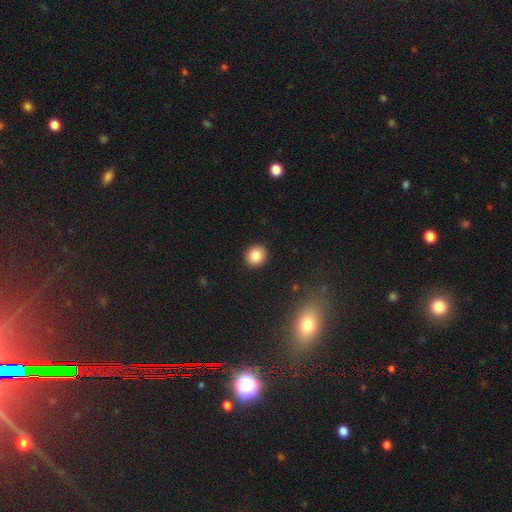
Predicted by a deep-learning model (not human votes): Smooth or featured: smooth — 84% (star or artifact — 10%)
How rounded: round — 79% (in between — 20%)
Merging: none — 92% (minor disturbance — 5%)